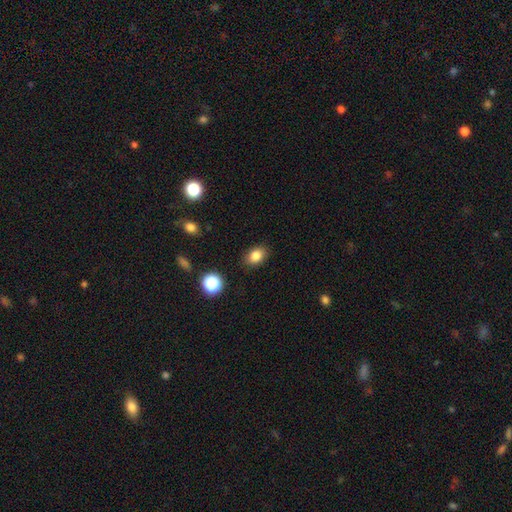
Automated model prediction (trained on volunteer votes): Smooth or featured?
  - smooth: 82% *
  - star or artifact: 11%
  - featured or disk: 7%
How rounded?
  - in between: 72% *
  - round: 27%
  - cigar-shaped: 1%
Merging?
  - none: 86% *
  - minor disturbance: 10%
  - major disturbance: 3%
  - merger: 1%